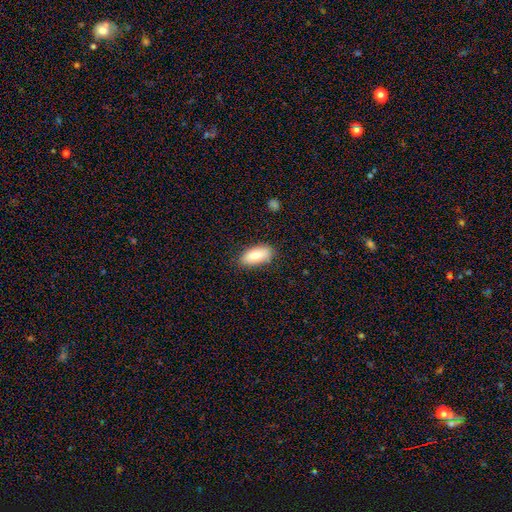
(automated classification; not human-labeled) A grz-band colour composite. It shows a smooth galaxy with no disk features (77%) that is in between round and cigar-shaped (89%). Merging: none (84%).